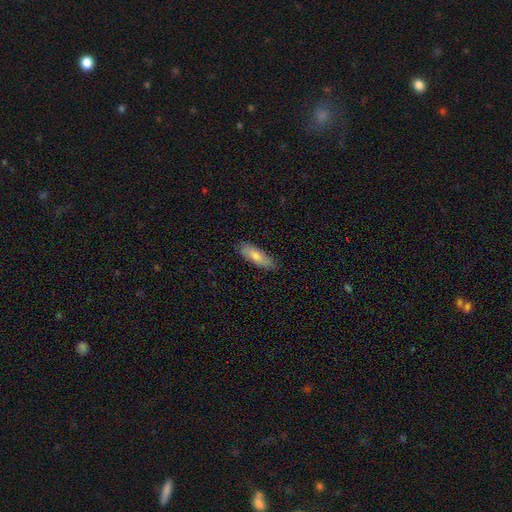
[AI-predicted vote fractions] Smooth or featured: smooth — 74% (featured or disk — 20%)
How rounded: cigar-shaped — 57% (in between — 41%)
Merging: none — 84% (minor disturbance — 12%)